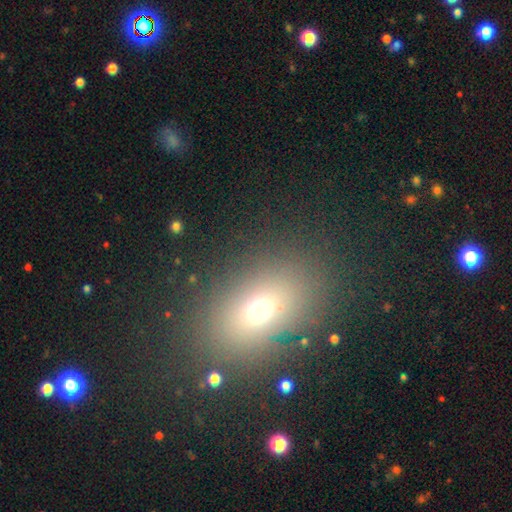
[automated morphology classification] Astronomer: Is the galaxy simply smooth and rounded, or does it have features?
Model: smooth — 64%.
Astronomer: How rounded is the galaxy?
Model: in between — 73%.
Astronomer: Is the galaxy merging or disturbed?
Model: none — 83%.